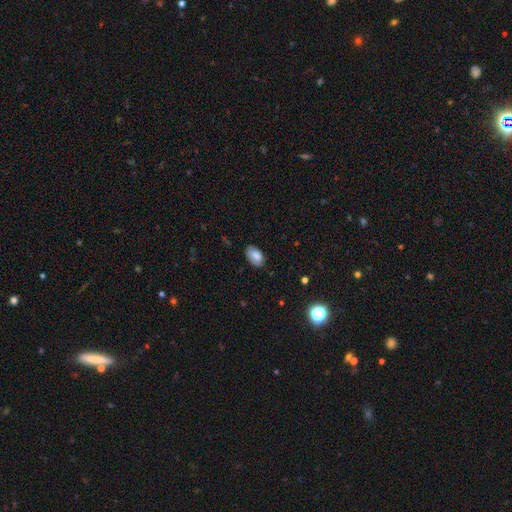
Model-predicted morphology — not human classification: smooth-or-featured: smooth: 80% | featured or disk: 12% | star or artifact: 8%
  how-rounded: in between: 93% | round: 5% | cigar-shaped: 2%
  merging: none: 77% | minor disturbance: 18% | major disturbance: 3% | merger: 1%